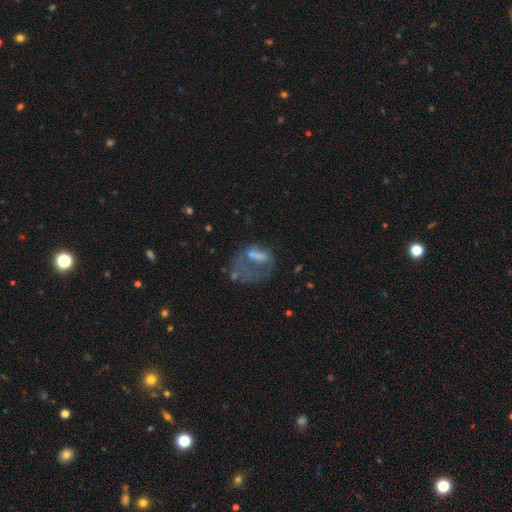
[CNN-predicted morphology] Smooth or featured: featured or disk — 47% (smooth — 35%)
Merging: major disturbance — 47% (none — 29%)